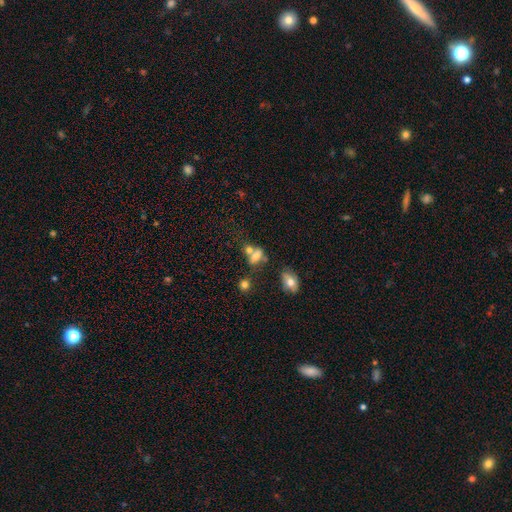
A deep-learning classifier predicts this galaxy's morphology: A smooth galaxy with no disk features (66%) that is in between round and cigar-shaped (70%).

Vote fractions:
- Smooth or featured? smooth: 66% / featured or disk: 18% / star or artifact: 15%
- How rounded? in between: 70% / round: 23% / cigar-shaped: 7%
- Merging? merger: 45% / none: 30% / minor disturbance: 14% / major disturbance: 11%